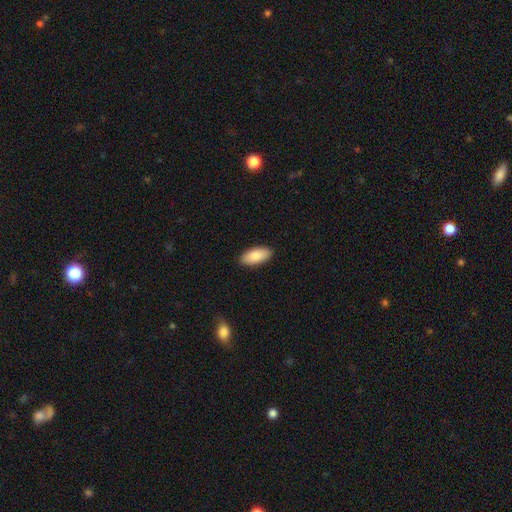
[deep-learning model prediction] This is clearly a smooth galaxy (85%). How rounded: clearly in between (91%). Merging: clearly none (90%).